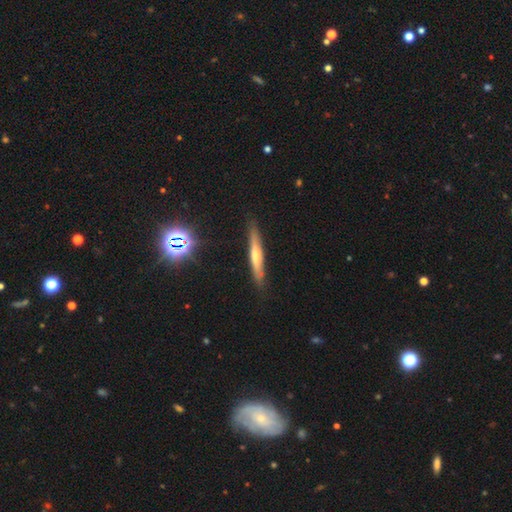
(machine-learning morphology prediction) A featured or disk galaxy (48%). Merging: none (87%).